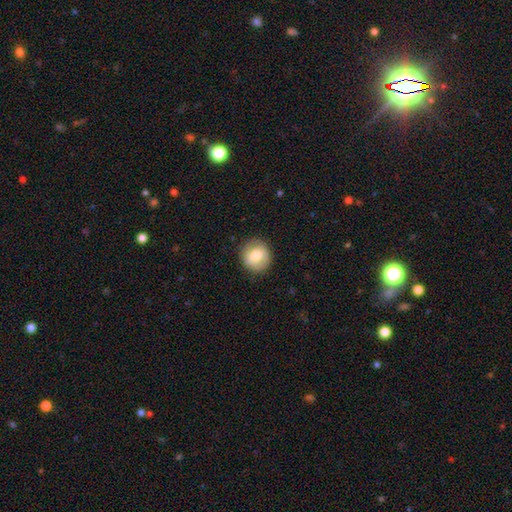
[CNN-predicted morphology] type=smooth (75%); roundness=round (88%); merging=none (87%).